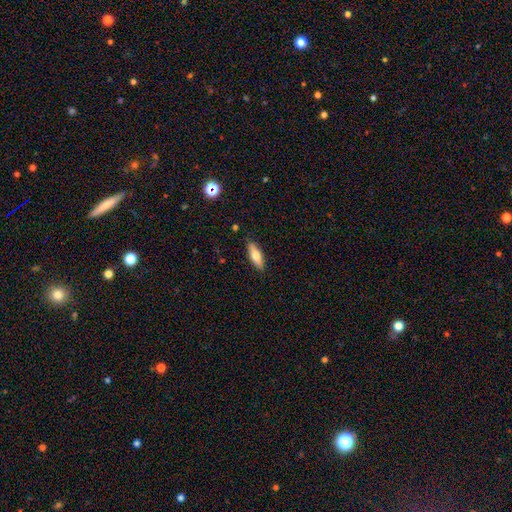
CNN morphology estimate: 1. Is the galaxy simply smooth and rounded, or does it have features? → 64% smooth, 30% featured or disk, 6% star or artifact.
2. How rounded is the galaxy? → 57% in between, 40% cigar-shaped, 2% round.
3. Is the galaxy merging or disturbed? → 87% none, 10% minor disturbance, 2% major disturbance, 1% merger.